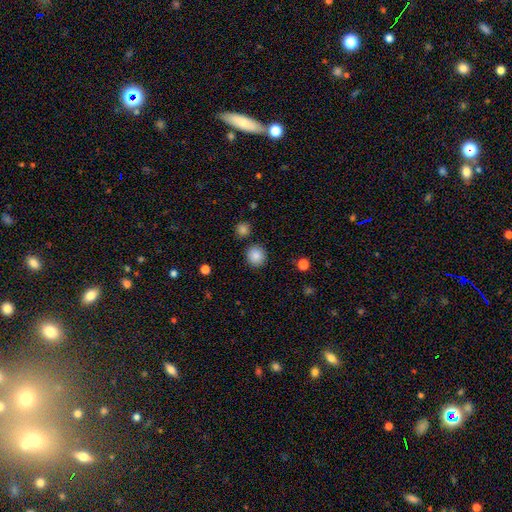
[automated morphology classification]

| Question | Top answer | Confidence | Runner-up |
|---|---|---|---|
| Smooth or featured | smooth | 87% | star or artifact (9%) |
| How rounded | round | 91% | in between (9%) |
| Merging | none | 88% | minor disturbance (7%) |